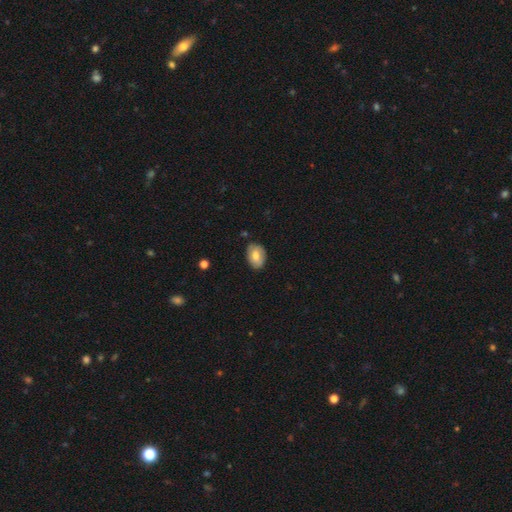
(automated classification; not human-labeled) Smooth or featured? smooth (72%)
How rounded? in between (82%)
Merging? none (80%)